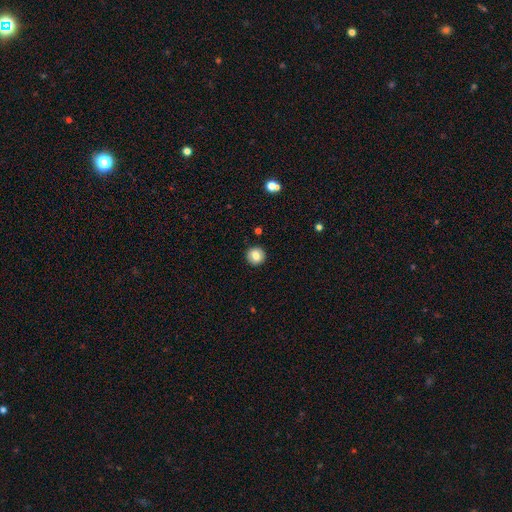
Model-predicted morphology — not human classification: Overall: smooth (82%). How rounded: round (95%). Merging: none (92%).